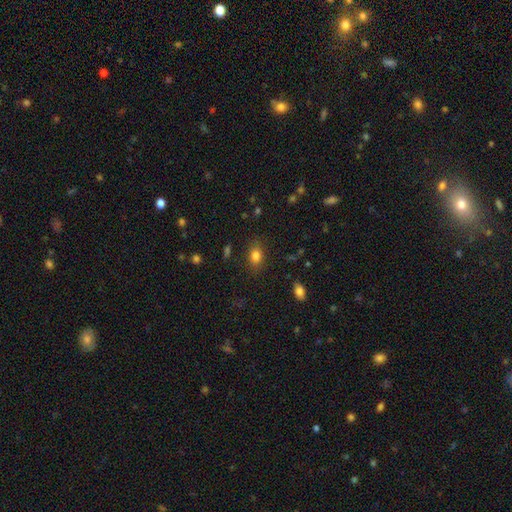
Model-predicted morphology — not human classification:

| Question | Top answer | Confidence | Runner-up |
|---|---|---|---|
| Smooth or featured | smooth | 82% | star or artifact (11%) |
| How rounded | in between | 68% | round (30%) |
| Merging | none | 81% | minor disturbance (14%) |